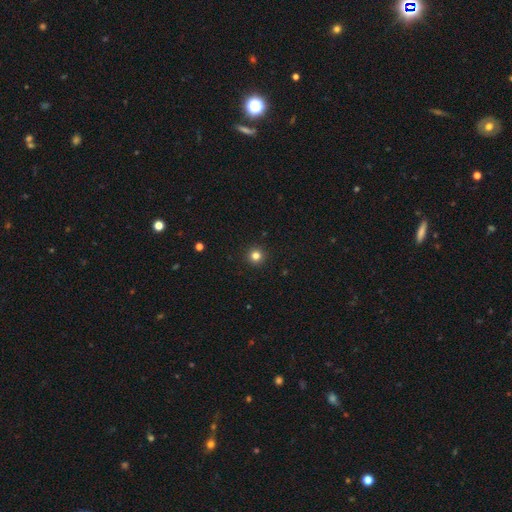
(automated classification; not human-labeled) smooth 81%, star or artifact 13%, featured or disk 5%. Down the decision tree: how rounded — round (96%); merging — none (93%).